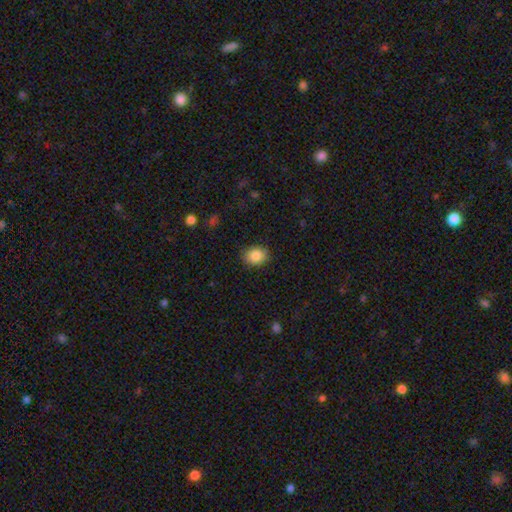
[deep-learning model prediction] A smooth galaxy with no disk features (87%) that is in between round and cigar-shaped (54%).

Vote fractions:
- Smooth or featured? smooth: 87% / star or artifact: 8% / featured or disk: 5%
- How rounded? in between: 54% / round: 45% / cigar-shaped: 1%
- Merging? none: 86% / minor disturbance: 11% / major disturbance: 3% / merger: 1%